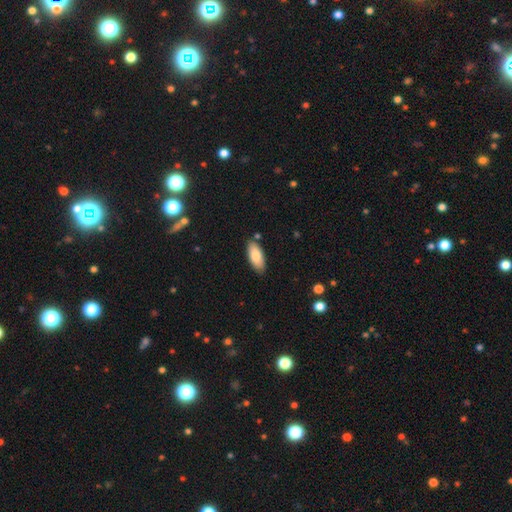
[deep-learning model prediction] This appears to be a smooth galaxy with no disk features (83%) that is in between round and cigar-shaped (85%). Merging: none (83%).